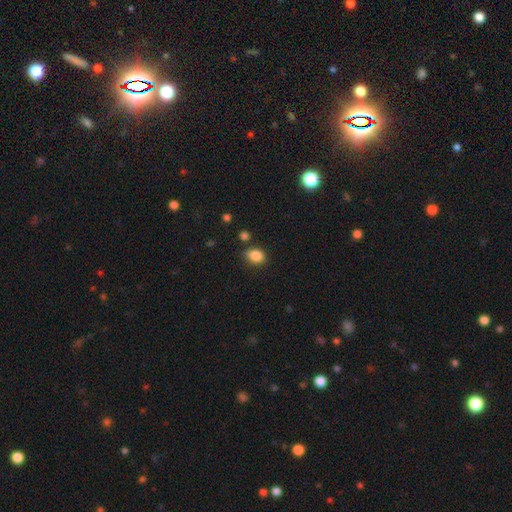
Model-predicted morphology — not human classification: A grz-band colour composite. It shows a smooth galaxy with no disk features (86%) that is in between round and cigar-shaped (68%). Merging: none (74%).